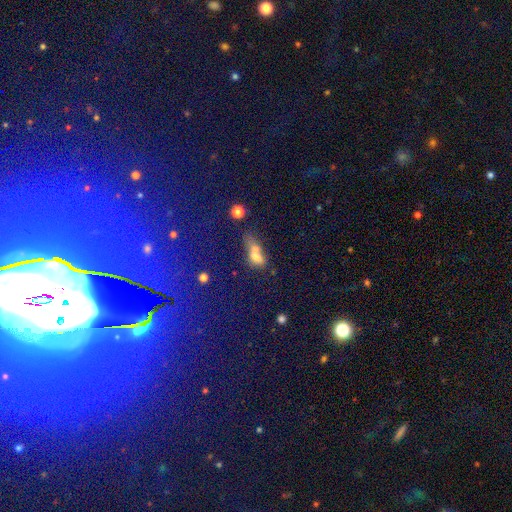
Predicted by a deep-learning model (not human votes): smooth_or_featured: smooth (p=0.60) [alt: featured or disk p=0.24]
how_rounded: in between (p=0.63) [alt: round p=0.23]
merging: merger (p=0.62) [alt: none p=0.19]